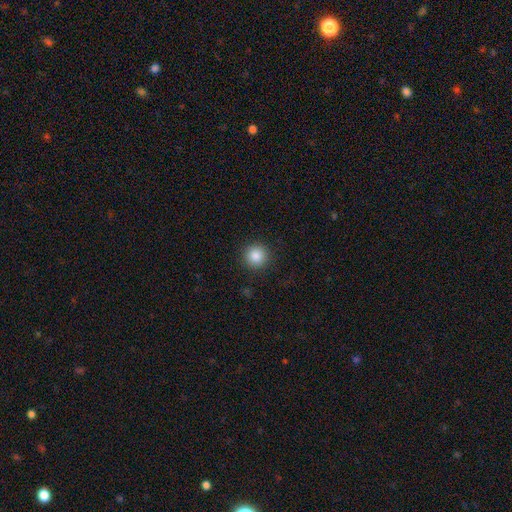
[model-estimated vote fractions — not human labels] Smooth or featured?
  - smooth: 86% *
  - star or artifact: 10%
  - featured or disk: 4%
How rounded?
  - round: 95% *
  - in between: 4%
  - cigar-shaped: 1%
Merging?
  - none: 91% *
  - minor disturbance: 6%
  - major disturbance: 2%
  - merger: 1%